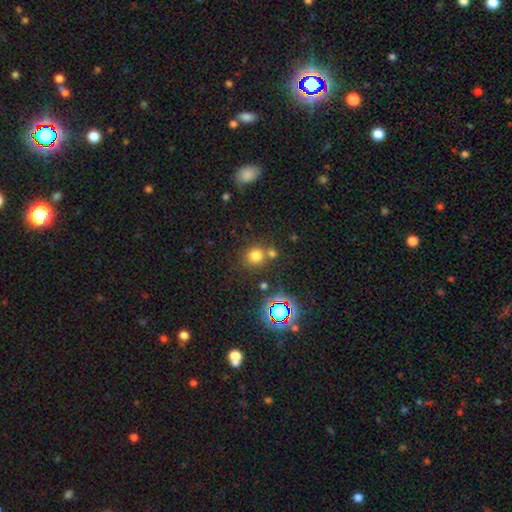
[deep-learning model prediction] A smooth galaxy with no disk features (73%) that is round (87%).

Vote fractions:
- Smooth or featured? smooth: 73% / star or artifact: 20% / featured or disk: 7%
- How rounded? round: 87% / in between: 11% / cigar-shaped: 1%
- Merging? none: 67% / merger: 20% / minor disturbance: 9% / major disturbance: 4%